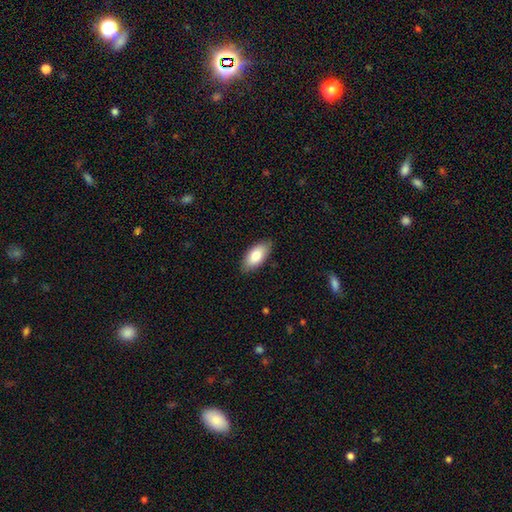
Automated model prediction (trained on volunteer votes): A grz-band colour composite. It shows a smooth galaxy with no disk features (81%) that is in between round and cigar-shaped (92%). Merging: none (85%).